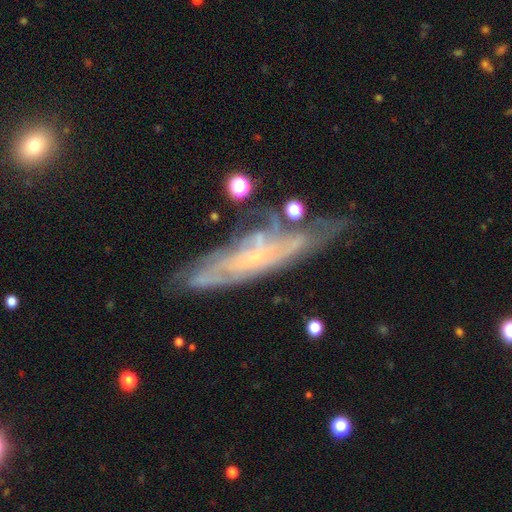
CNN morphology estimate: Smooth or featured? Predicted: featured or disk (p=0.74). Edge-on disk? Predicted: no (p=0.64). Merging? Predicted: none (p=0.65).